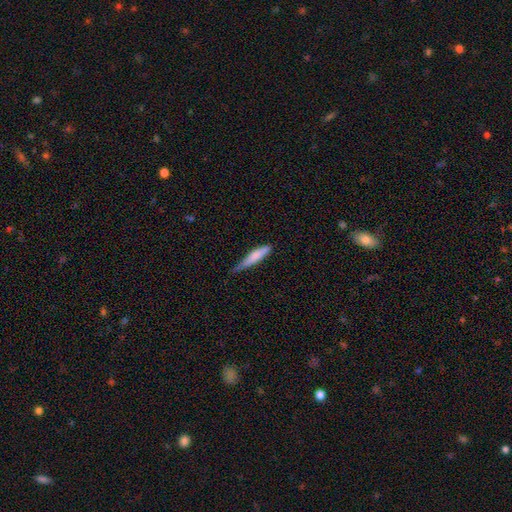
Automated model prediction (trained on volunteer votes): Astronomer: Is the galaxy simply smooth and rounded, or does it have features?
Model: smooth — 75%.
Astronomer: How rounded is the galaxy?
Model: cigar-shaped — 82%.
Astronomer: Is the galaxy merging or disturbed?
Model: none — 45% (runner-up: minor disturbance, 43%).